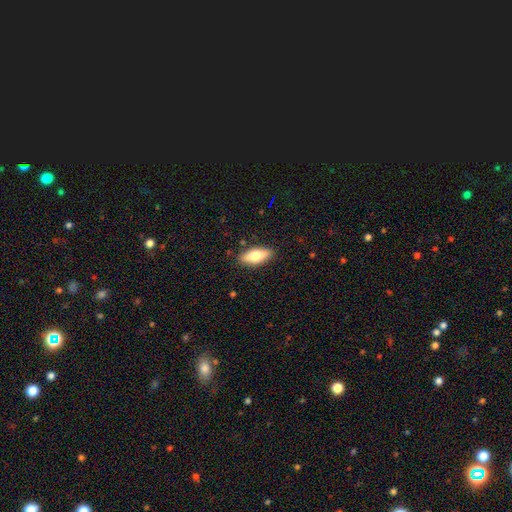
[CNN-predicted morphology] The model was most divided on "smooth or featured": smooth: 70%, featured or disk: 24%, star or artifact: 6%. More confident: merging — none (87%); how rounded — in between (76%).